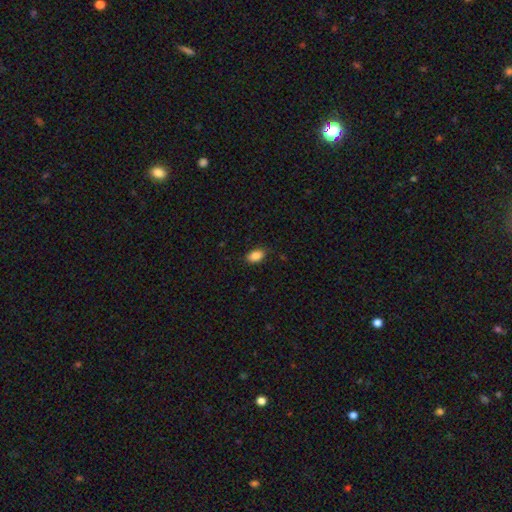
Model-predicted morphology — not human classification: A smooth galaxy with no disk features (88%) that is in between round and cigar-shaped (91%).

Vote fractions:
- Smooth or featured? smooth: 88% / star or artifact: 8% / featured or disk: 4%
- How rounded? in between: 91% / round: 7% / cigar-shaped: 2%
- Merging? none: 86% / minor disturbance: 11% / major disturbance: 2% / merger: 1%